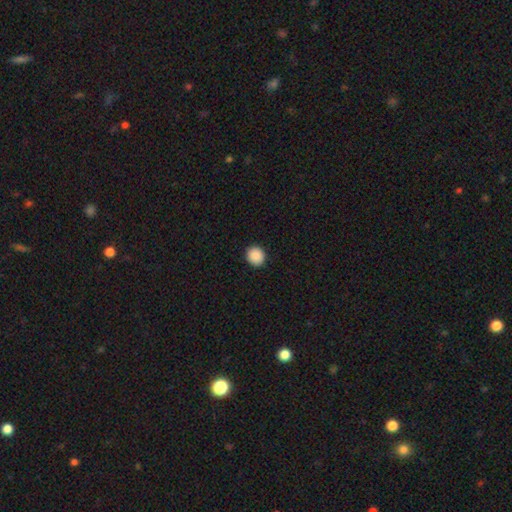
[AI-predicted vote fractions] Smooth or featured? smooth (90%)
How rounded? round (81%)
Merging? none (92%)